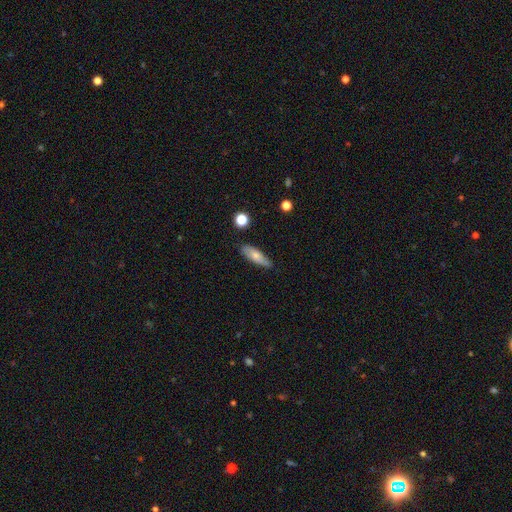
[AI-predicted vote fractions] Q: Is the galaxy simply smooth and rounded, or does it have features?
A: smooth — 69%.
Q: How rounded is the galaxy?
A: in between — 56%.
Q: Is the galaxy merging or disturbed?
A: none — 79%.